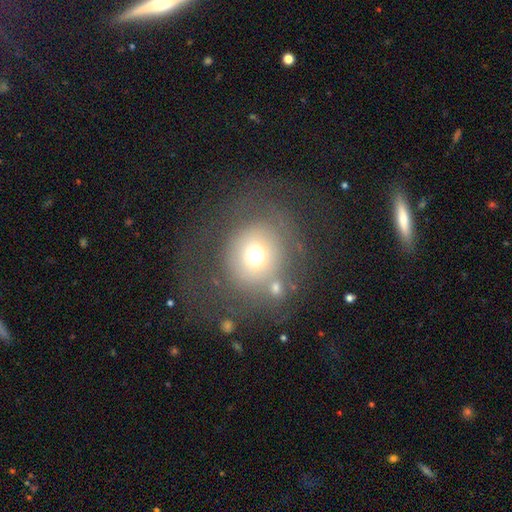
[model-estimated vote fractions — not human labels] Morphology: type=smooth (63%); roundness=round (86%); merging=none (61%).